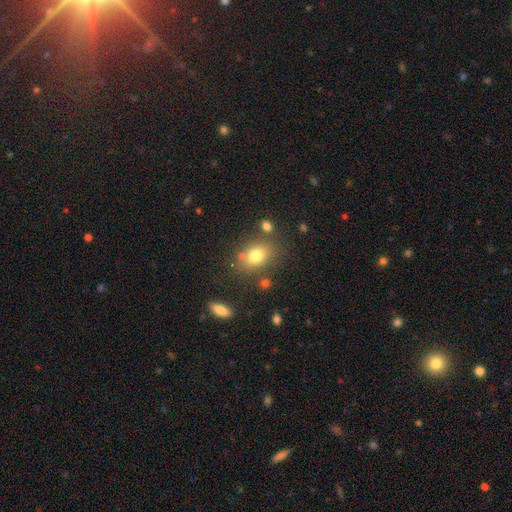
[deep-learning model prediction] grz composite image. It shows a smooth galaxy with no disk features (77%) that is in between round and cigar-shaped (71%). Merging: none (72%).